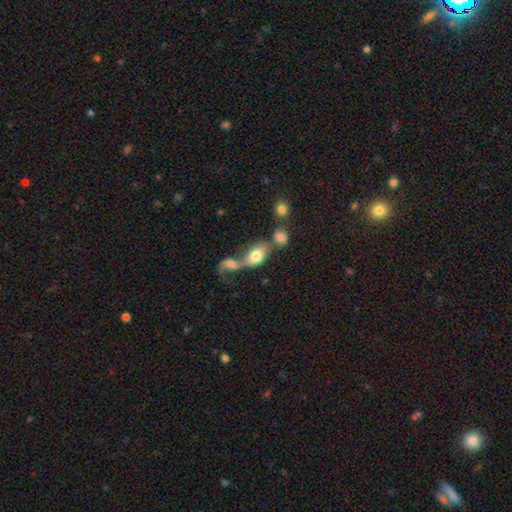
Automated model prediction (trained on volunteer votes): Smooth or featured?
  - smooth: 67% *
  - featured or disk: 24%
  - star or artifact: 9%
How rounded?
  - in between: 78% *
  - round: 18%
  - cigar-shaped: 4%
Merging?
  - merger: 70% *
  - none: 15%
  - major disturbance: 9%
  - minor disturbance: 6%